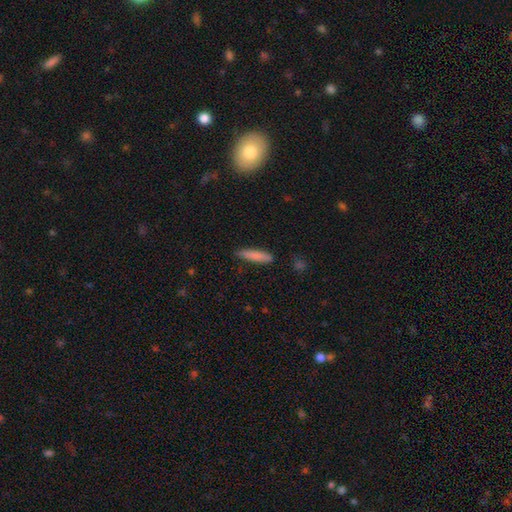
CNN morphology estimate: smooth-or-featured: smooth: 83% | featured or disk: 11% | star or artifact: 6%
  how-rounded: cigar-shaped: 88% | in between: 11% | round: 1%
  merging: none: 82% | minor disturbance: 14% | major disturbance: 2% | merger: 2%